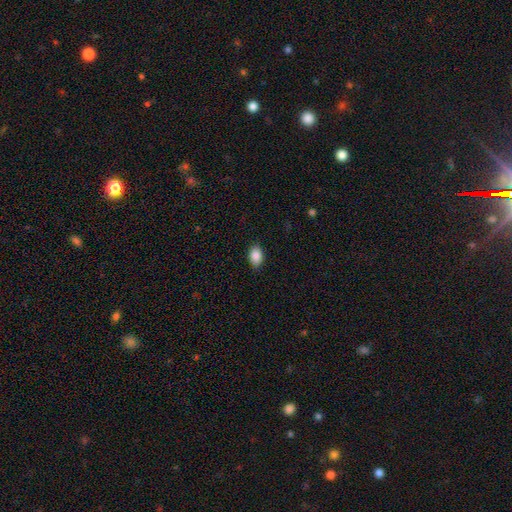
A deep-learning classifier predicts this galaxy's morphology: smooth 88%, star or artifact 8%, featured or disk 5%. Down the decision tree: how rounded — in between (88%); merging — none (87%).